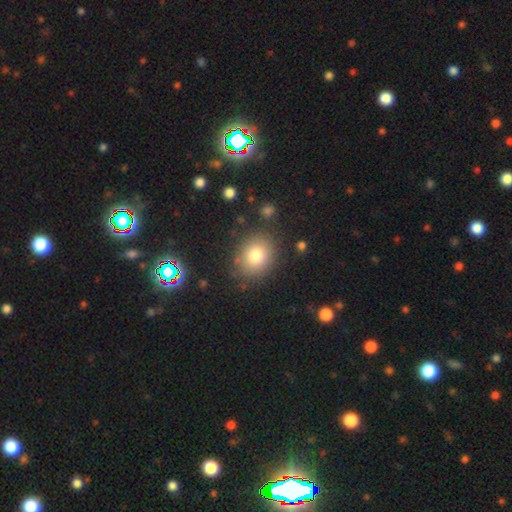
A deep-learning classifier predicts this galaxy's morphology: Overall: smooth (79%). How rounded: round (62%; in between 37%). Merging: none (82%).